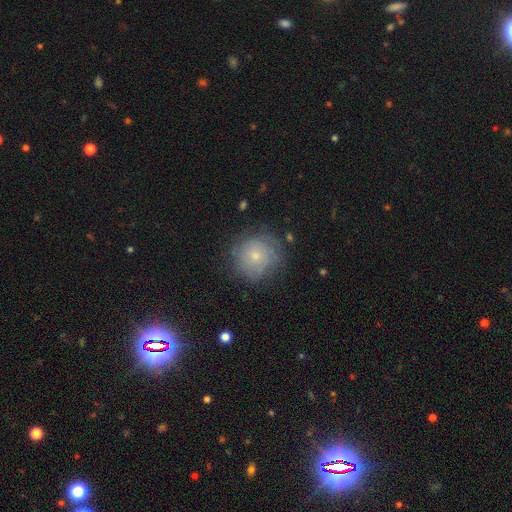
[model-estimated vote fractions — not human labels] A smooth galaxy with no disk features (56%) that is round (91%). Merging: none (72%).